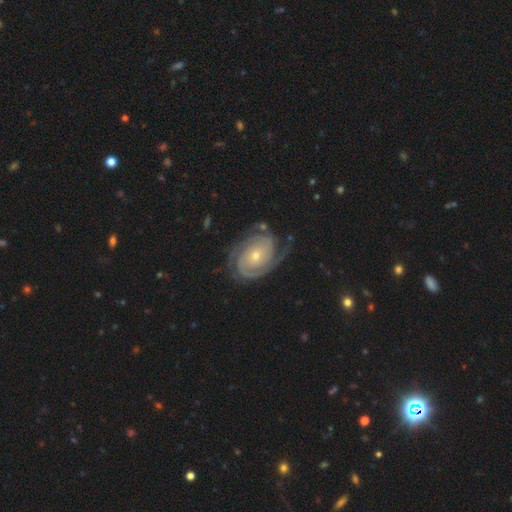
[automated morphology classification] type=featured or disk (90%); edge-on=no (97%); bar=no (74%); spiral arms=yes (98%); winding=tight (72%); arm count=2 (61%); bulge=small (64%); merging=none (74%).